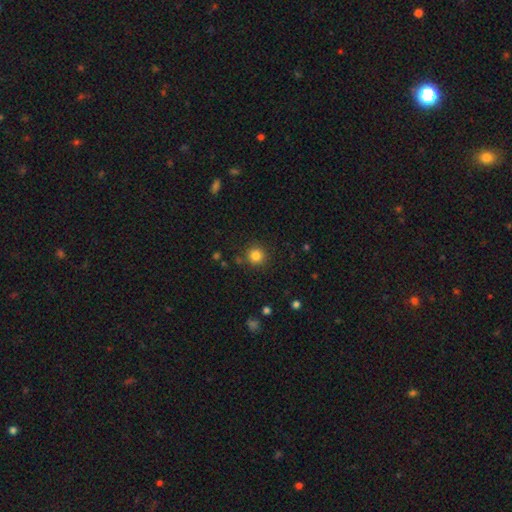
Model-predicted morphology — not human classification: This is clearly a smooth galaxy (83%). How rounded: clearly round (94%). Merging: clearly none (87%).